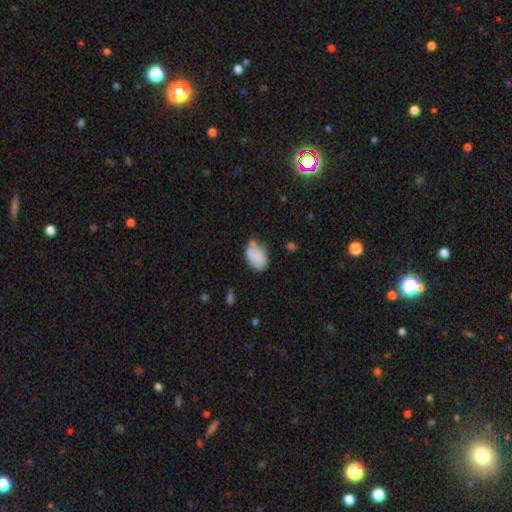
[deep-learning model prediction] smooth_or_featured: smooth (p=0.67) [alt: featured or disk p=0.25]
how_rounded: in between (p=0.82) [alt: round p=0.17]
merging: none (p=0.50) [alt: minor disturbance p=0.35]